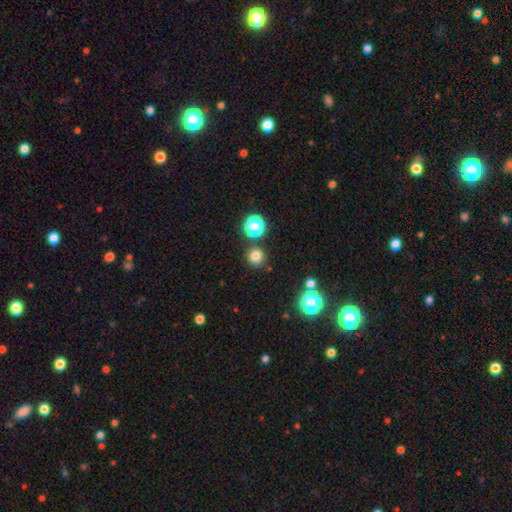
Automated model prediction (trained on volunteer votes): The model was most divided on "smooth or featured": smooth: 78%, star or artifact: 16%, featured or disk: 5%. More confident: how rounded — round (93%); merging — none (86%).